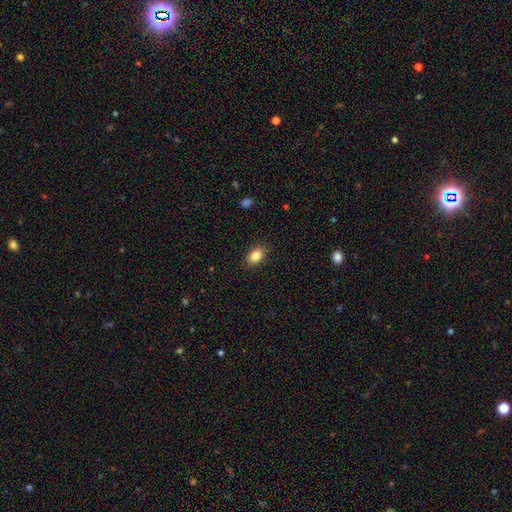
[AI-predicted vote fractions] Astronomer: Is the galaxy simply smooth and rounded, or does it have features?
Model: smooth — 84%.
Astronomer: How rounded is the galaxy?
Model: in between — 83%.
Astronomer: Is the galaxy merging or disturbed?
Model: none — 88%.